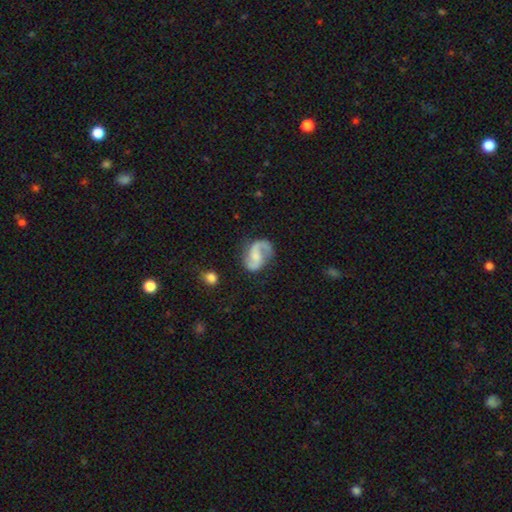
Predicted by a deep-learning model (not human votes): This is clearly a featured or disk galaxy (85%). It is clearly not viewed edge-on (98%). Bar: possibly no (46%). Spiral arm pattern: clearly yes (96%). Spiral arm count: clearly 2 (88%). Spiral winding: possibly loose (45%). Central bulge: marginally small (32%, tied with none). Merging: likely none (70%).